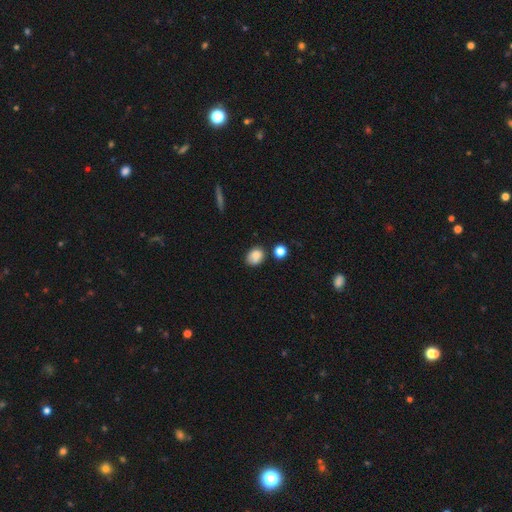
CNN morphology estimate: Smooth or featured: smooth — 82% (star or artifact — 10%)
How rounded: in between — 57% (round — 42%)
Merging: none — 63% (minor disturbance — 23%)